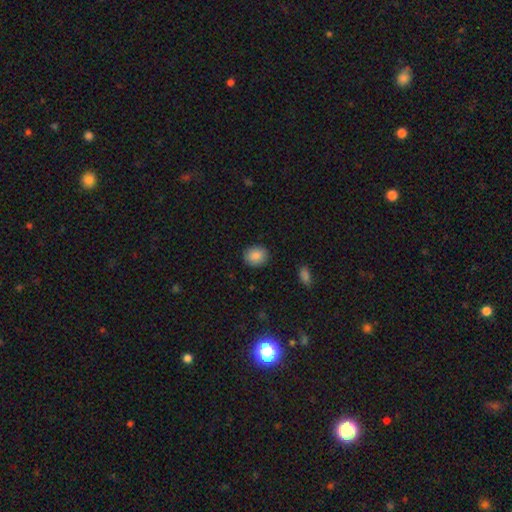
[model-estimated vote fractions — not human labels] A smooth galaxy with no disk features (87%) that is round (61%). Merging: none (88%).